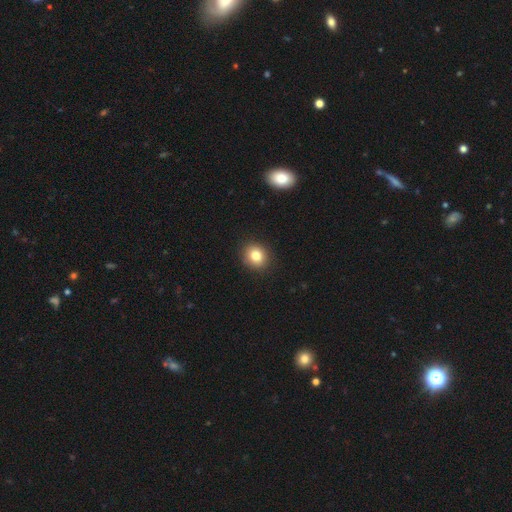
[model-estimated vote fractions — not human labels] This appears to be a smooth galaxy with no disk features (82%) that is round (77%). Merging: none (90%).